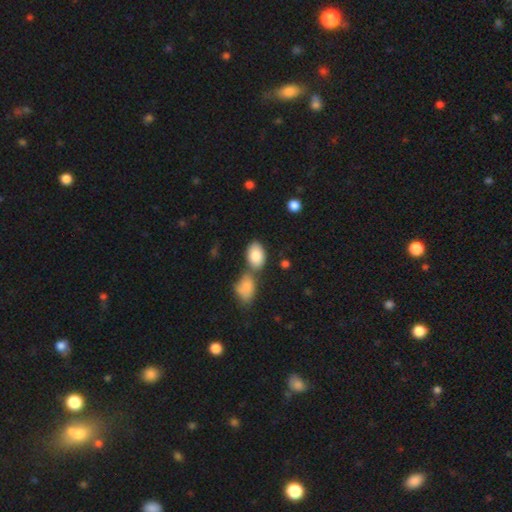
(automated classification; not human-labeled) Smooth or featured: smooth — 85% (featured or disk — 8%)
How rounded: in between — 90% (round — 9%)
Merging: none — 48% (merger — 37%)